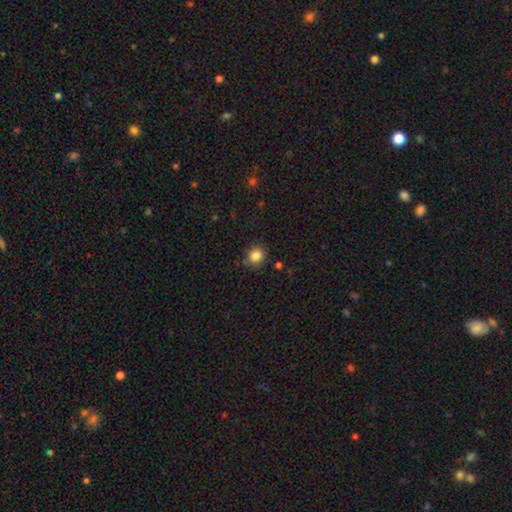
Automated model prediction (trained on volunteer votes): Smooth or featured: smooth — 85% (star or artifact — 11%)
How rounded: round — 79% (in between — 20%)
Merging: none — 84% (minor disturbance — 10%)